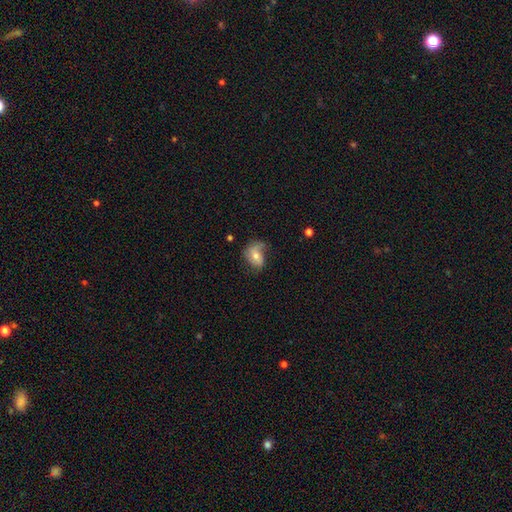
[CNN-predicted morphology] featured or disk 46% (tied), smooth 46% (tied), star or artifact 9%. Down the decision tree: merging — none (43%).